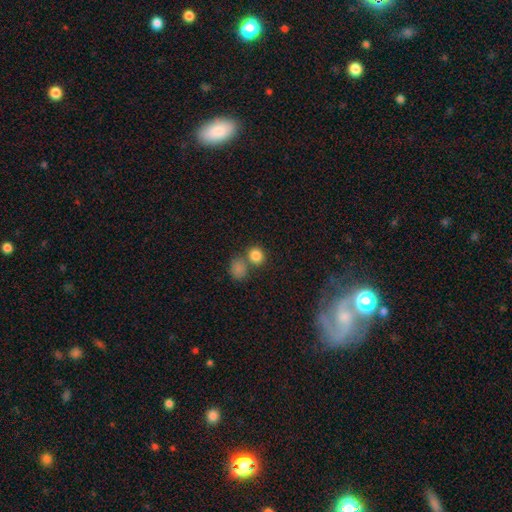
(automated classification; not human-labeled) smooth 84%, star or artifact 11%, featured or disk 5%. Down the decision tree: how rounded — round (82%); merging — none (59%).